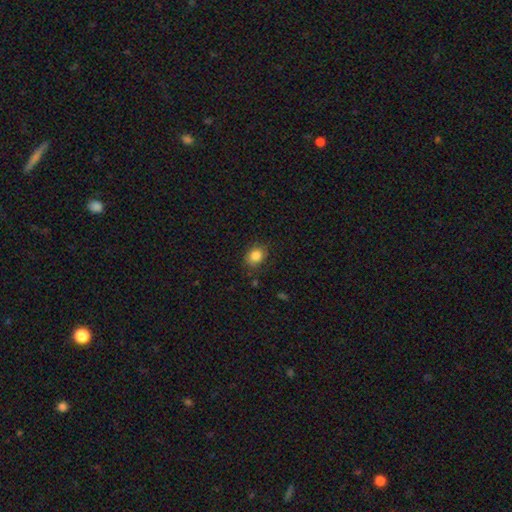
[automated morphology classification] smooth 85%, star or artifact 10%, featured or disk 5%. Down the decision tree: how rounded — round (51%); merging — none (79%).